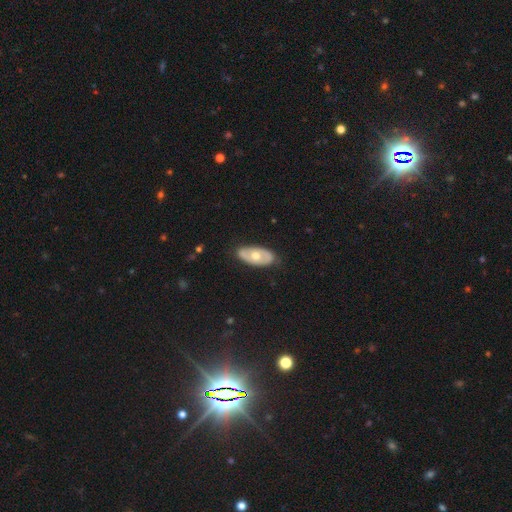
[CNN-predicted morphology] type=featured or disk (53%); edge-on=no (86%); merging=none (80%).